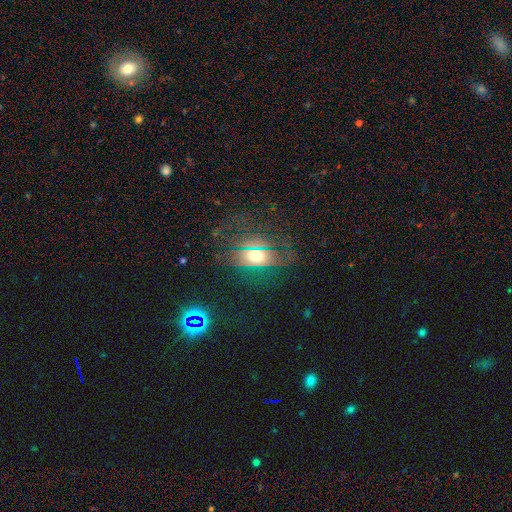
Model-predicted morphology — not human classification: type=smooth (43%); merging=none (65%).